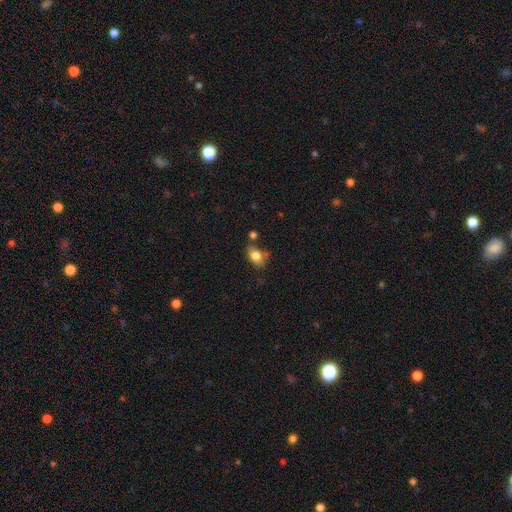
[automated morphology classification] This appears to be a smooth galaxy with no disk features (81%) that is in between round and cigar-shaped (80%). Merging: none (63%).